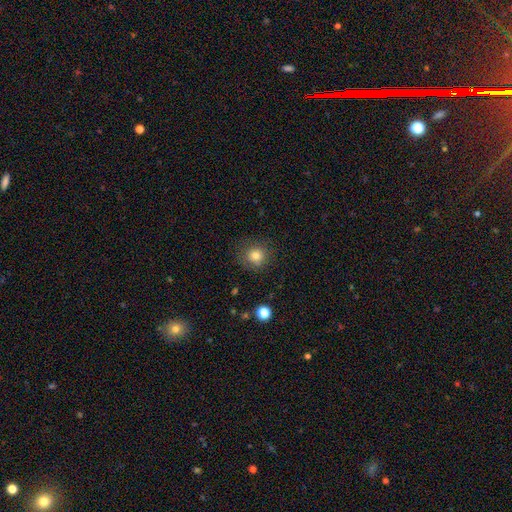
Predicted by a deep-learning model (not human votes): smooth-or-featured: smooth: 80% | star or artifact: 13% | featured or disk: 7%
  how-rounded: round: 90% | in between: 9% | cigar-shaped: 1%
  merging: none: 84% | minor disturbance: 11% | major disturbance: 4% | merger: 1%